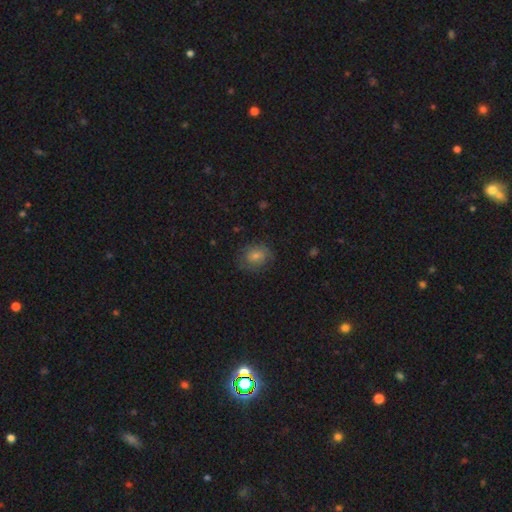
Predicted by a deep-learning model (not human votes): Smooth or featured? smooth (65%)
How rounded? round (59%)
Merging? none (79%)